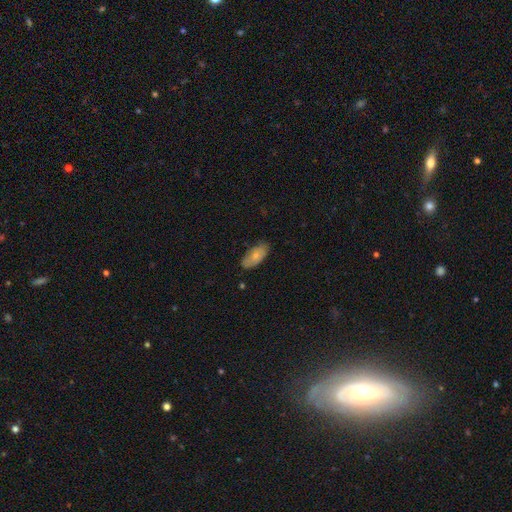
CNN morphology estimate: Smooth or featured?
  - smooth: 74% *
  - featured or disk: 20%
  - star or artifact: 6%
How rounded?
  - in between: 89% *
  - cigar-shaped: 9%
  - round: 3%
Merging?
  - none: 76% *
  - minor disturbance: 19%
  - major disturbance: 3%
  - merger: 1%